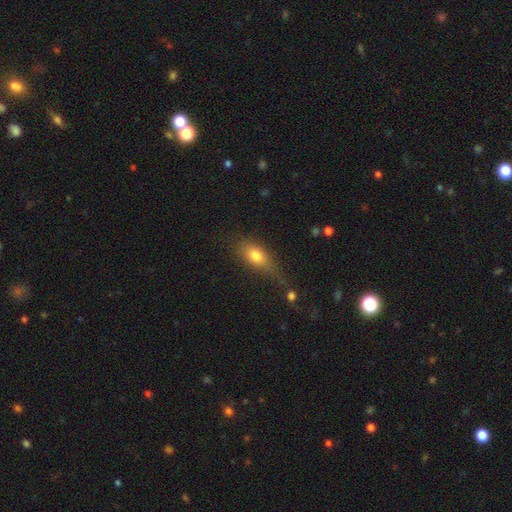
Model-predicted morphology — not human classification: Q: Smooth or featured?
A: smooth (76%); runner-up: featured or disk (15%)
Q: How rounded?
A: in between (77%); runner-up: cigar-shaped (12%)
Q: Merging?
A: none (45%); runner-up: minor disturbance (28%)